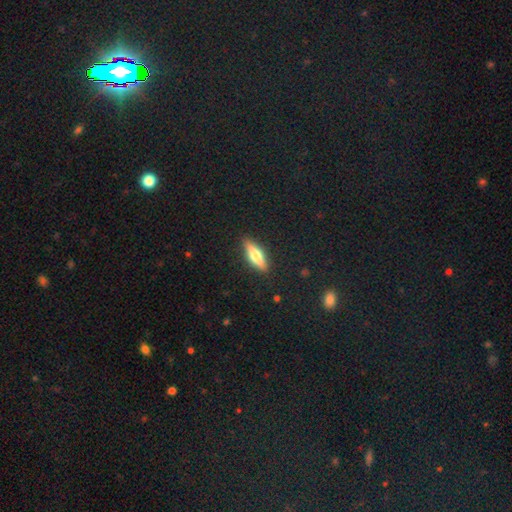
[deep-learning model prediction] Smooth or featured?
  - smooth: 52% *
  - featured or disk: 42%
  - star or artifact: 6%
How rounded?
  - cigar-shaped: 56% *
  - in between: 42%
  - round: 3%
Merging?
  - none: 88% *
  - minor disturbance: 9%
  - major disturbance: 2%
  - merger: 1%